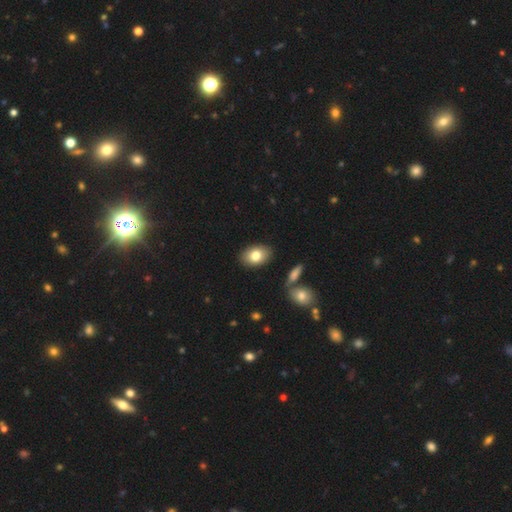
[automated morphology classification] Smooth or featured? Predicted: smooth (p=0.79). How rounded? Predicted: in between (p=0.86). Merging? Predicted: none (p=0.85).